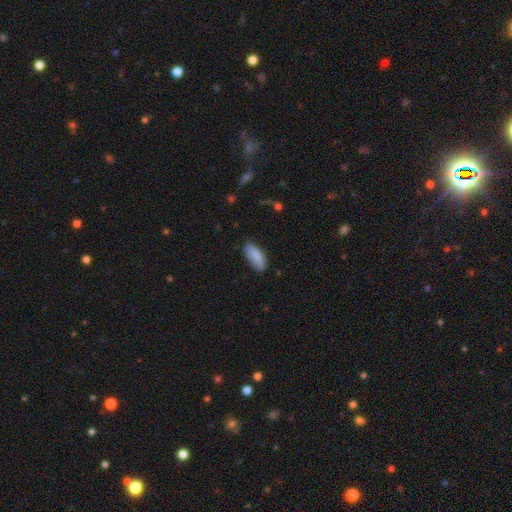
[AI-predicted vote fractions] Q: Smooth or featured?
A: smooth (86%); runner-up: featured or disk (7%)
Q: How rounded?
A: in between (77%); runner-up: cigar-shaped (22%)
Q: Merging?
A: none (77%); runner-up: minor disturbance (18%)